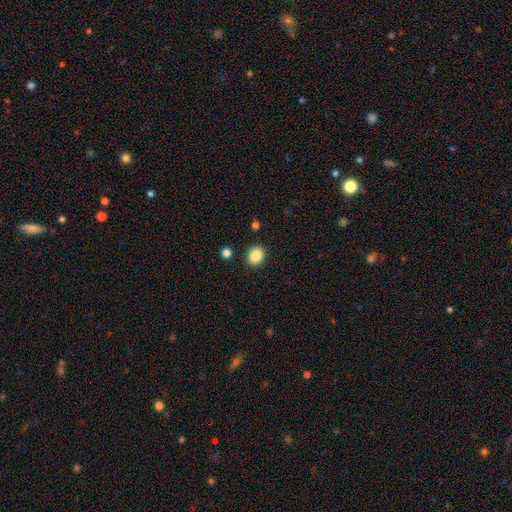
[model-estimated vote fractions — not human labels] smooth_or_featured: smooth (p=0.87) [alt: star or artifact p=0.09]
how_rounded: round (p=0.58) [alt: in between p=0.42]
merging: none (p=0.88) [alt: minor disturbance p=0.07]